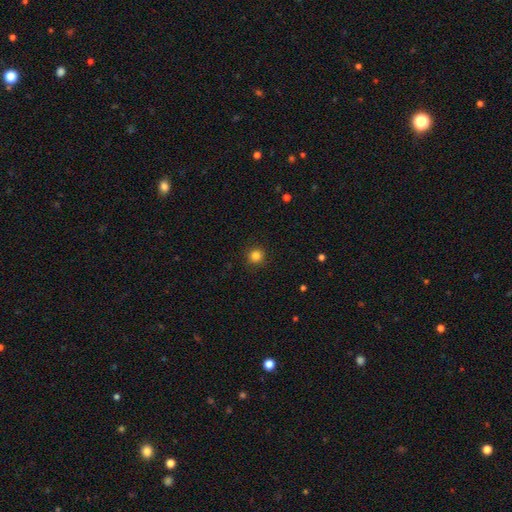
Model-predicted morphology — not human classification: A smooth galaxy with no disk features (84%) that is round (94%). Merging: none (90%).